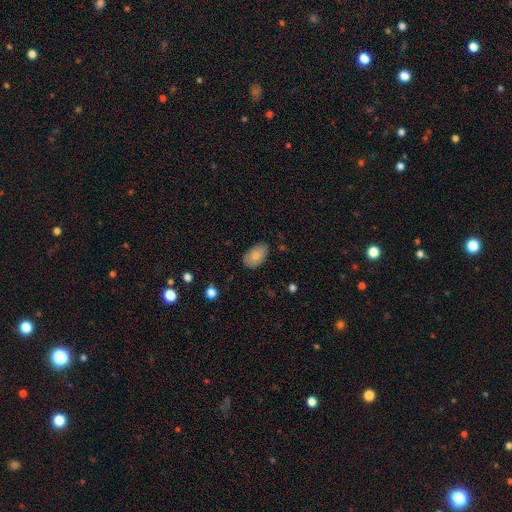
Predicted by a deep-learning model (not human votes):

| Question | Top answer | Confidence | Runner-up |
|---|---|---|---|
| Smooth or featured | smooth | 81% | featured or disk (12%) |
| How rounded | in between | 92% | round (7%) |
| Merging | none | 79% | minor disturbance (16%) |